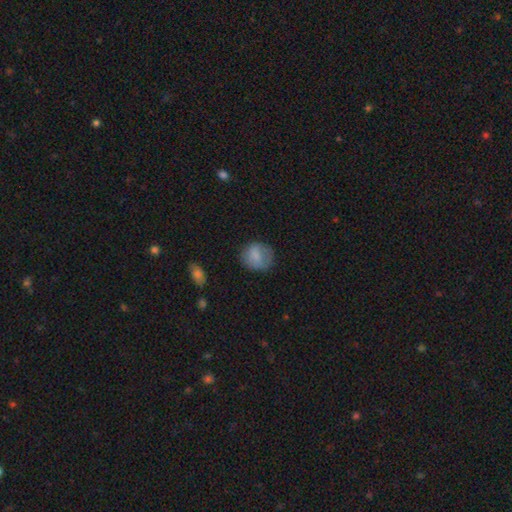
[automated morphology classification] This is clearly a smooth galaxy (81%). How rounded: likely round (76%). Merging: likely none (70%).